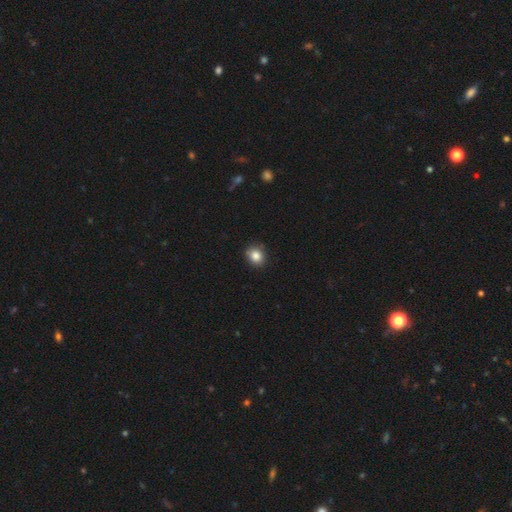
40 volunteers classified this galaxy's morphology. type=smooth (90%); roundness=round (83%); merging=none (81%).